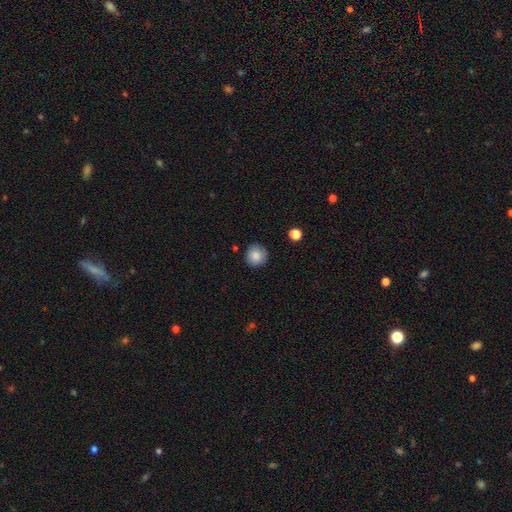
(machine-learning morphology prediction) This is clearly a smooth galaxy (86%). How rounded: clearly round (94%). Merging: clearly none (88%).